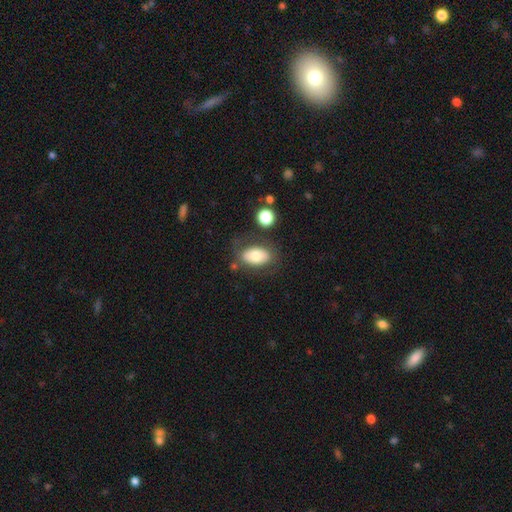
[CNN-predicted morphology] Q: Smooth or featured?
A: smooth (72%); runner-up: featured or disk (20%)
Q: How rounded?
A: in between (89%); runner-up: round (9%)
Q: Merging?
A: none (69%); runner-up: minor disturbance (16%)